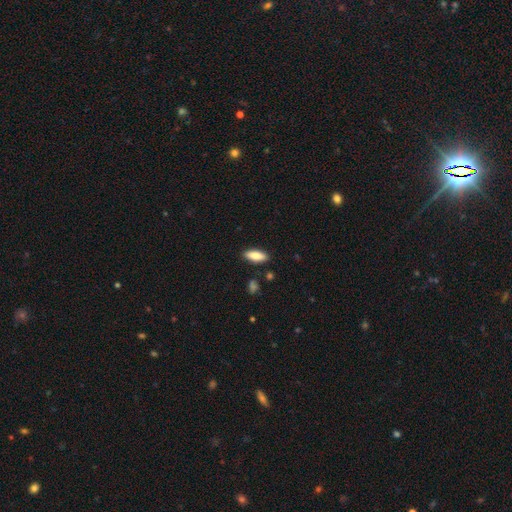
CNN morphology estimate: smooth_or_featured: smooth (p=0.82) [alt: featured or disk p=0.12]
how_rounded: in between (p=0.71) [alt: cigar-shaped p=0.27]
merging: none (p=0.87) [alt: minor disturbance p=0.09]